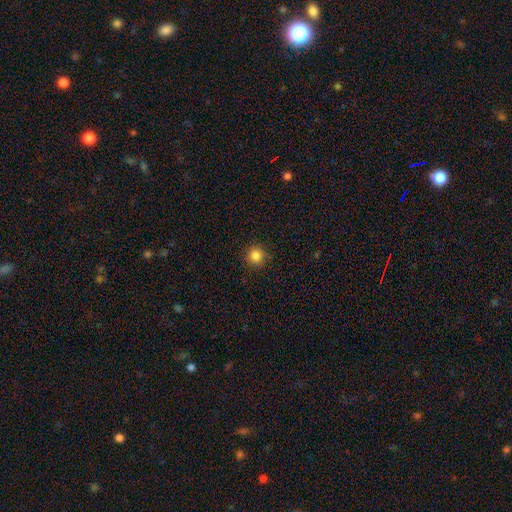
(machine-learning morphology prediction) This appears to be a smooth galaxy with no disk features (85%) that is round (94%). Merging: none (91%).